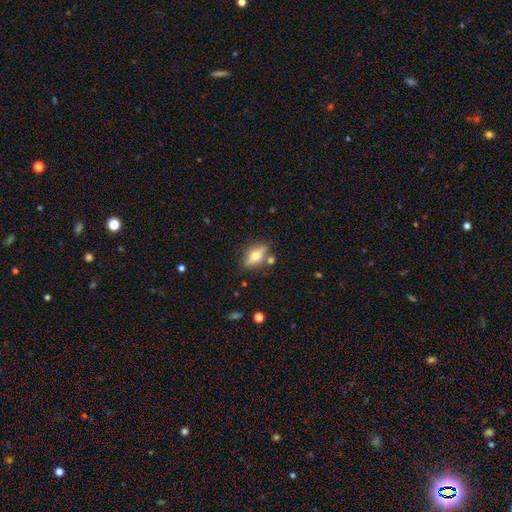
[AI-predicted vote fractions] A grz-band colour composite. It shows a smooth galaxy with no disk features (50%) that is in between round and cigar-shaped (73%). Merging: none (77%).